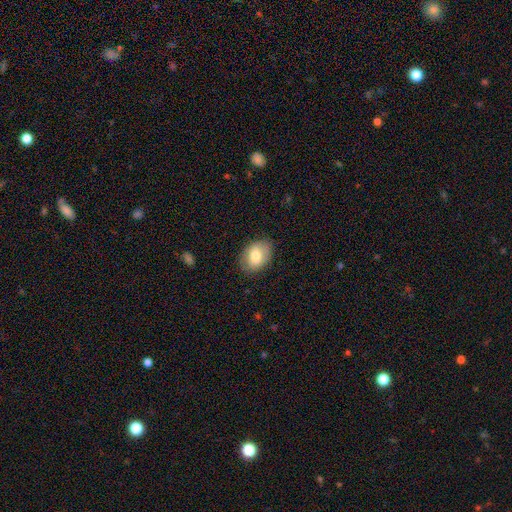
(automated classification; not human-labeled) Overall: smooth (76%). How rounded: in between (81%). Merging: none (83%).